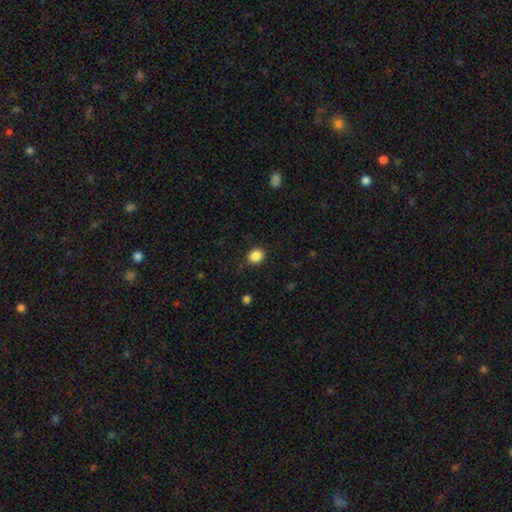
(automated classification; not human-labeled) A smooth galaxy with no disk features (87%) that is round (68%).

Vote fractions:
- Smooth or featured? smooth: 87% / star or artifact: 10% / featured or disk: 3%
- How rounded? round: 68% / in between: 32% / cigar-shaped: 1%
- Merging? none: 85% / minor disturbance: 11% / major disturbance: 3% / merger: 1%